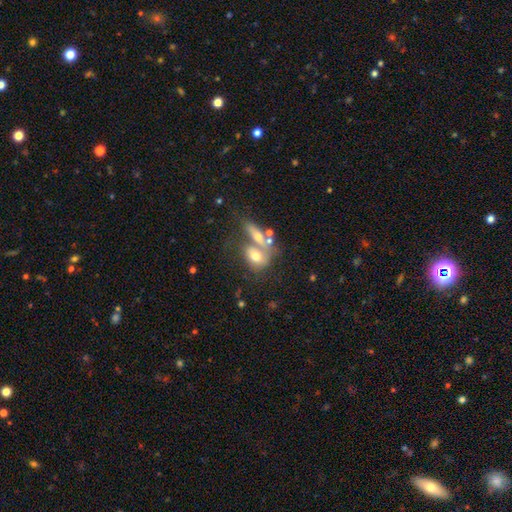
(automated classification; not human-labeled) A smooth galaxy with no disk features (63%) that is in between round and cigar-shaped (68%). Merging: merger (50%).